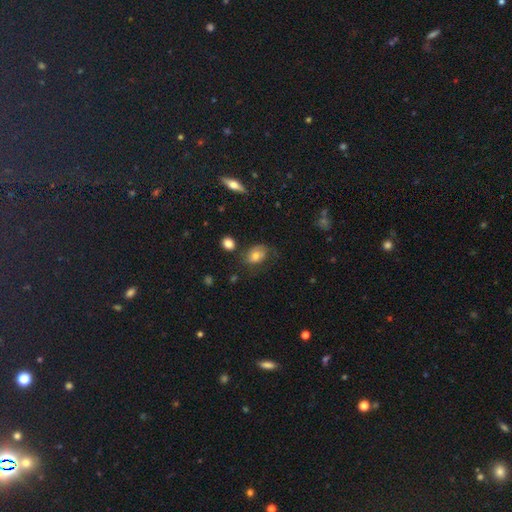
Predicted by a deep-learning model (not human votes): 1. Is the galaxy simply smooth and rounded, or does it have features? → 69% smooth, 21% featured or disk, 10% star or artifact.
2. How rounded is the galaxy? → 75% in between, 24% round, 1% cigar-shaped.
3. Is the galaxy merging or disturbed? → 55% none, 27% minor disturbance, 14% major disturbance, 4% merger.